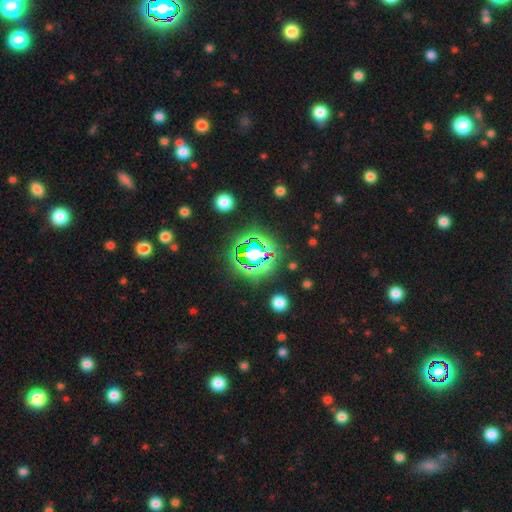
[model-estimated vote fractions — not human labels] This appears to be a star or artifact, not a galaxy (78%).